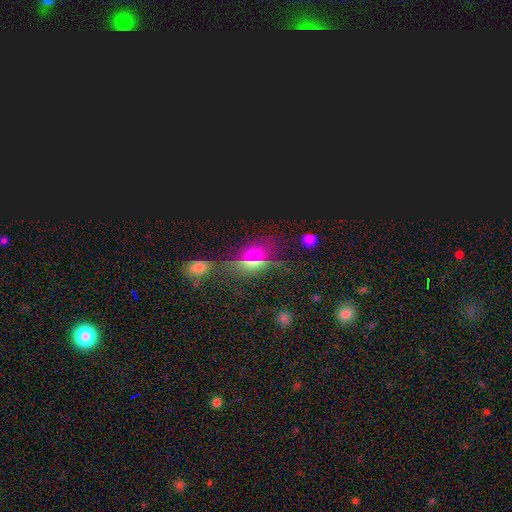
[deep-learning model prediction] Smooth or featured? Predicted: star or artifact (p=0.49).